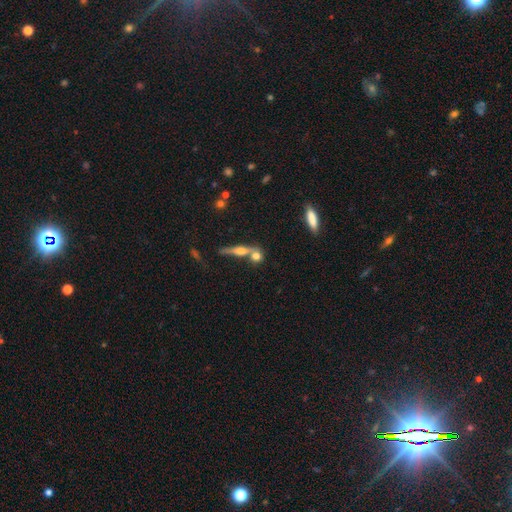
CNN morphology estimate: The model was most divided on "how rounded": round: 45%, cigar-shaped: 32%, in between: 24%. More confident: smooth or featured — smooth (53%); merging — none (53%).